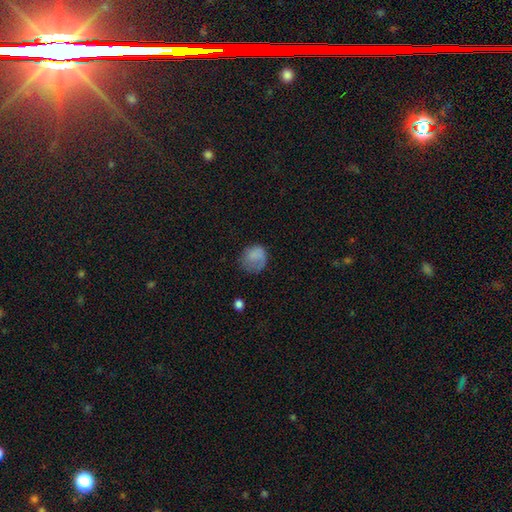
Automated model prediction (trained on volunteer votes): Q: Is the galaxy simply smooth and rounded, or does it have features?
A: smooth — 77%.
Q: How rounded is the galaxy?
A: round — 76%.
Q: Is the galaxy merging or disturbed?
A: none — 53%.